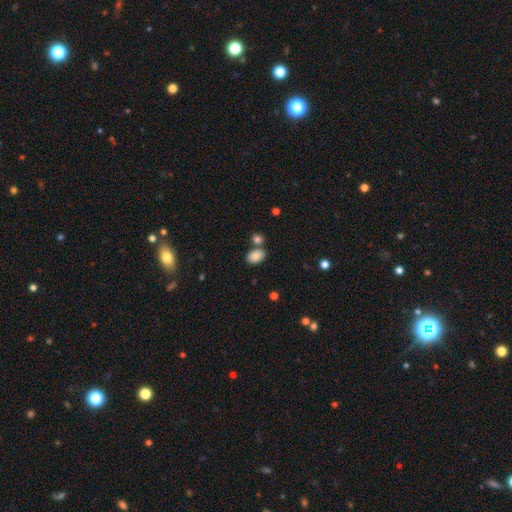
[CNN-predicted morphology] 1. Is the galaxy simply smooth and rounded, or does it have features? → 87% smooth, 8% star or artifact, 5% featured or disk.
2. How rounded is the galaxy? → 87% in between, 11% round, 1% cigar-shaped.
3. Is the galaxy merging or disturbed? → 66% none, 19% merger, 12% minor disturbance, 3% major disturbance.